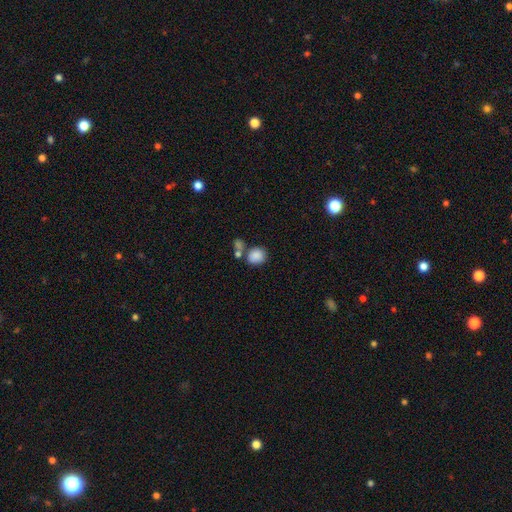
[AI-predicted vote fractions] This appears to be a smooth galaxy with no disk features (86%) that is round (70%). Merging: none (57%).